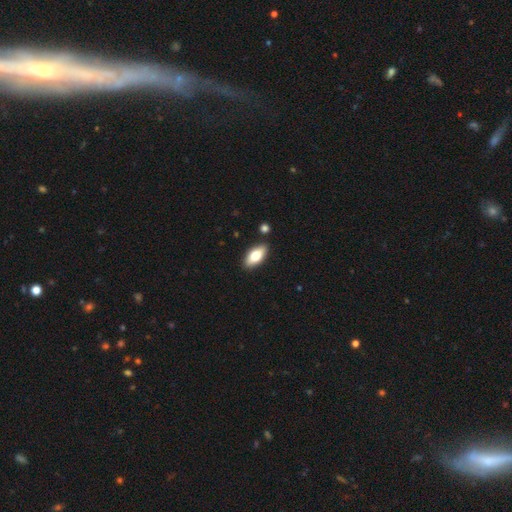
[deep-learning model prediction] This is likely a smooth galaxy (70%). How rounded: clearly in between (86%). Merging: clearly none (87%).